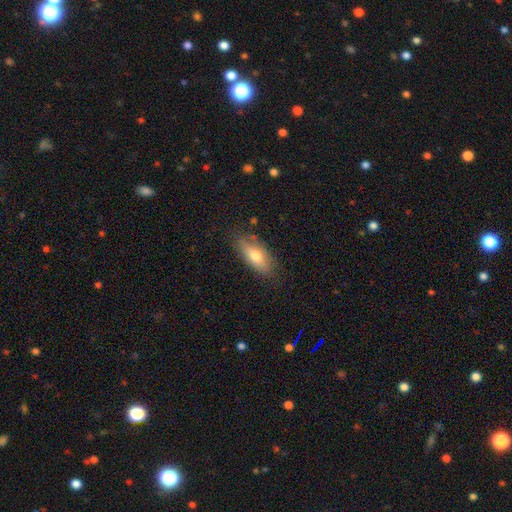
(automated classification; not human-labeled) The model was most divided on "smooth or featured": smooth: 69%, featured or disk: 24%, star or artifact: 7%. More confident: how rounded — in between (79%); merging — none (78%).